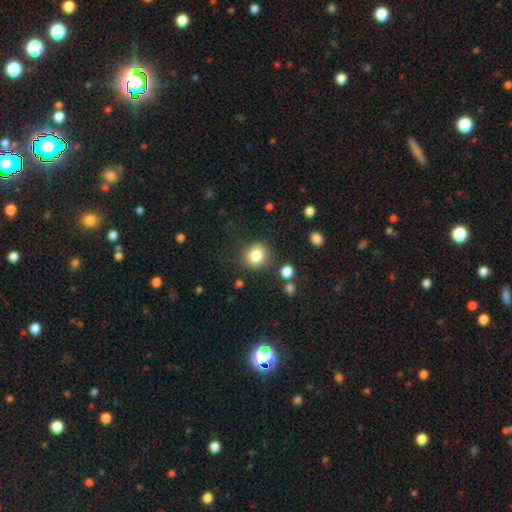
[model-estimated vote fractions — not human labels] Smooth or featured? Predicted: smooth (p=0.82). How rounded? Predicted: round (p=0.87). Merging? Predicted: none (p=0.84).